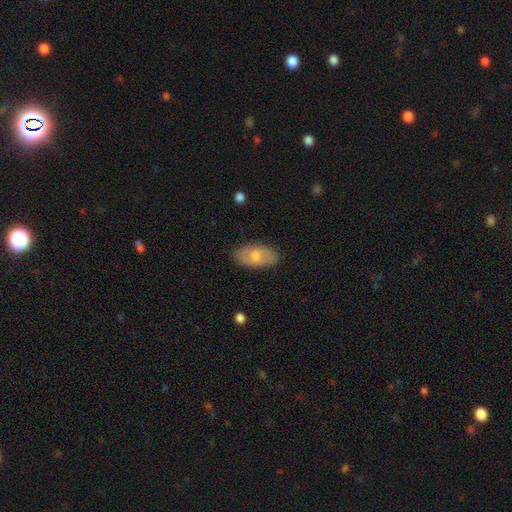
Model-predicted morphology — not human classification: Smooth or featured?
  - smooth: 63% *
  - featured or disk: 30%
  - star or artifact: 7%
How rounded?
  - in between: 93% *
  - round: 4%
  - cigar-shaped: 3%
Merging?
  - none: 85% *
  - minor disturbance: 12%
  - major disturbance: 2%
  - merger: 1%